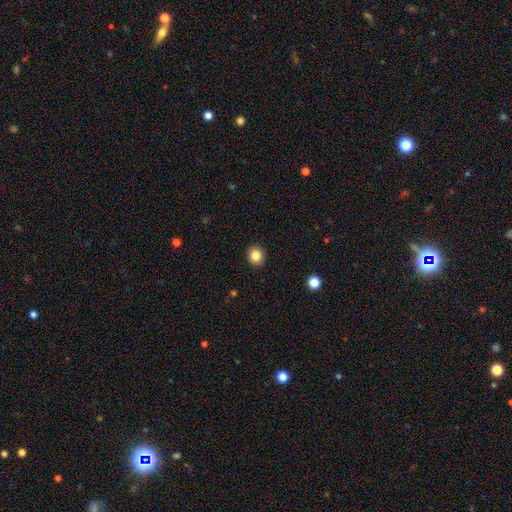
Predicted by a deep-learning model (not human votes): The model was most divided on "how rounded": round: 83%, in between: 16%, cigar-shaped: 1%. More confident: merging — none (92%); smooth or featured — smooth (83%).